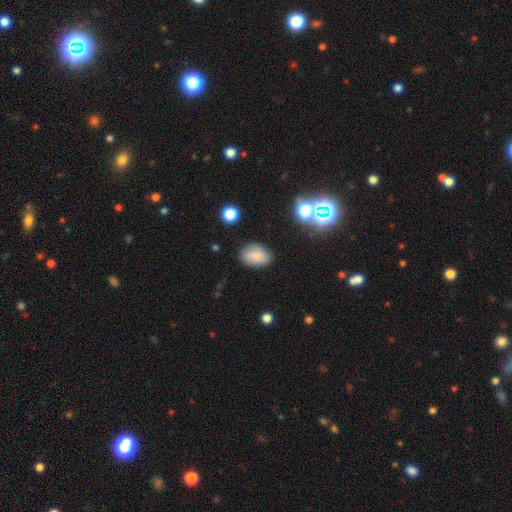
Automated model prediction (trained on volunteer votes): smooth-or-featured: smooth: 79% | star or artifact: 11% | featured or disk: 11%
  how-rounded: in between: 79% | round: 20% | cigar-shaped: 1%
  merging: none: 80% | minor disturbance: 14% | major disturbance: 4% | merger: 2%